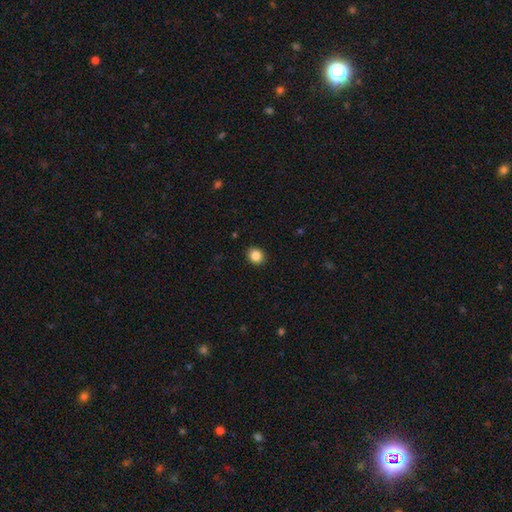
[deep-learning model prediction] Smooth or featured? Predicted: smooth (p=0.86). How rounded? Predicted: round (p=0.69). Merging? Predicted: none (p=0.91).